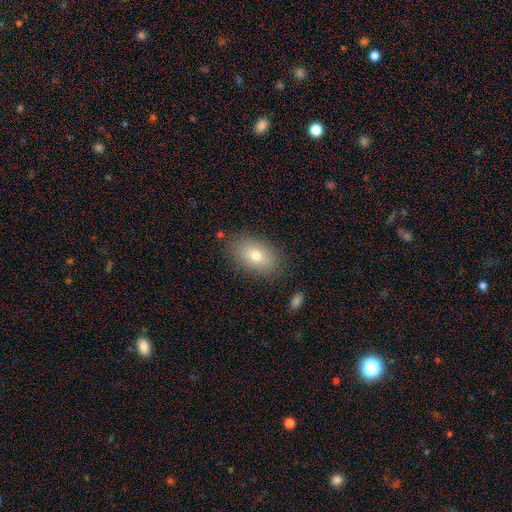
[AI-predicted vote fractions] smooth_or_featured: smooth (p=0.74) [alt: featured or disk p=0.17]
how_rounded: in between (p=0.88) [alt: round p=0.10]
merging: none (p=0.82) [alt: minor disturbance p=0.12]